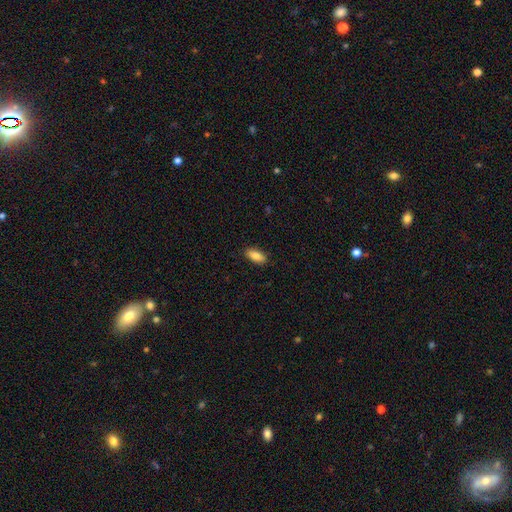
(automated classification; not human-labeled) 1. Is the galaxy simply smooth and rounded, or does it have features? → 84% smooth, 10% featured or disk, 7% star or artifact.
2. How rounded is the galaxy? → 84% in between, 13% cigar-shaped, 2% round.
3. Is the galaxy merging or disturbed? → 88% none, 9% minor disturbance, 2% major disturbance, 1% merger.